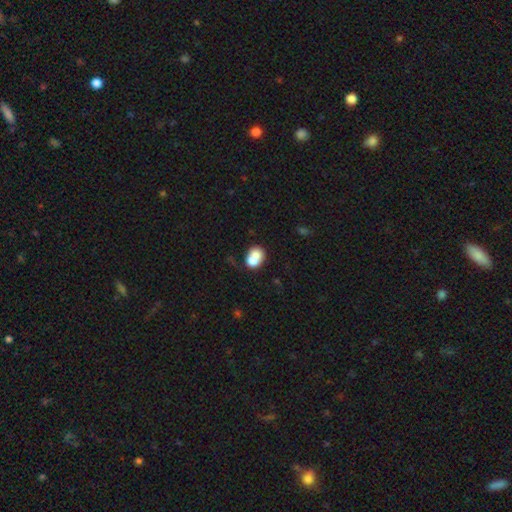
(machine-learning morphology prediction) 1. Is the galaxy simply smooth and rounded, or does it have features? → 72% smooth, 19% featured or disk, 9% star or artifact.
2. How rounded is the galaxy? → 50% round, 49% in between, 1% cigar-shaped.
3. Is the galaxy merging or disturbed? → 57% merger, 28% none, 10% minor disturbance, 6% major disturbance.